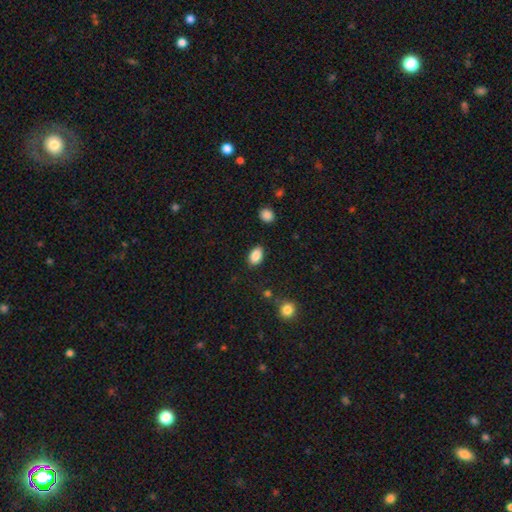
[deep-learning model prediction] The model was most divided on "merging": none: 86%, minor disturbance: 10%, major disturbance: 3%, merger: 2%. More confident: how rounded — in between (88%); smooth or featured — smooth (88%).